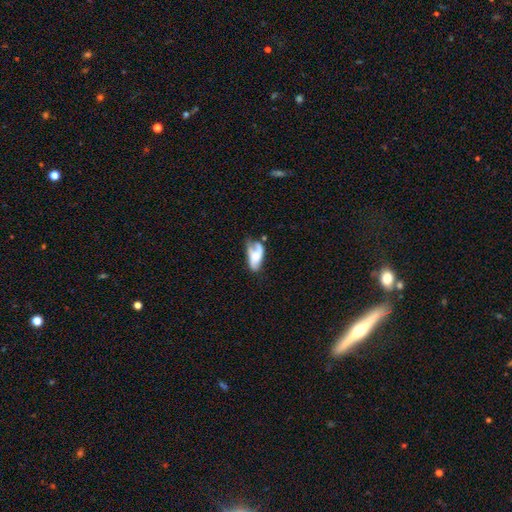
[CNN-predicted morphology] Overall: smooth (54%; featured or disk 38%). How rounded: in between (88%). Merging: major disturbance (33%; minor disturbance 27%).